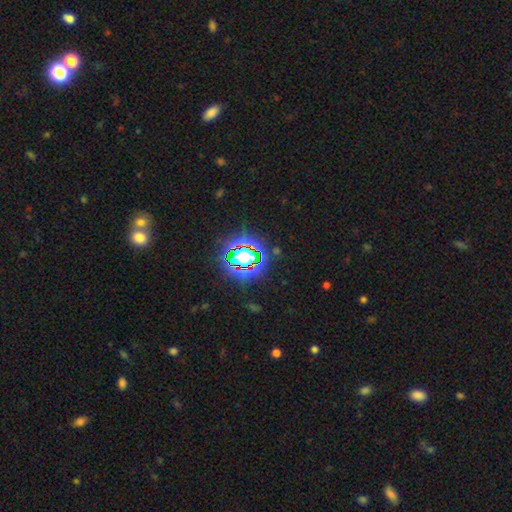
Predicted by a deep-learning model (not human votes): Overall: star or artifact (79%).